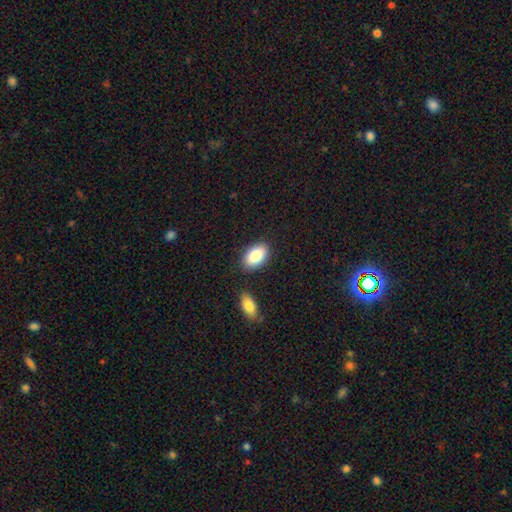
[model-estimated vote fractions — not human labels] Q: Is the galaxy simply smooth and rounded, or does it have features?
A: smooth — 83%.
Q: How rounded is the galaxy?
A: in between — 93%.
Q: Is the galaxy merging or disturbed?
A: none — 82%.